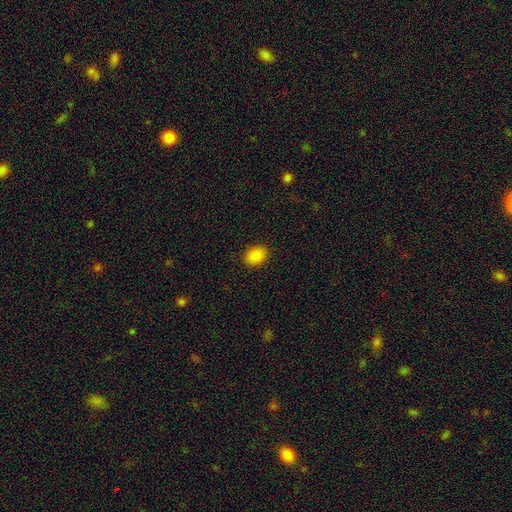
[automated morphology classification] smooth_or_featured: smooth (p=0.87) [alt: star or artifact p=0.10]
how_rounded: in between (p=0.67) [alt: round p=0.32]
merging: none (p=0.90) [alt: minor disturbance p=0.07]